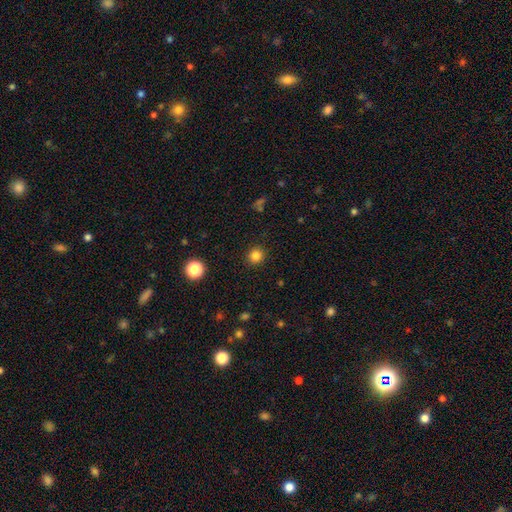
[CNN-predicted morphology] smooth_or_featured: smooth (p=0.83) [alt: star or artifact p=0.13]
how_rounded: round (p=0.90) [alt: in between p=0.09]
merging: none (p=0.91) [alt: minor disturbance p=0.06]